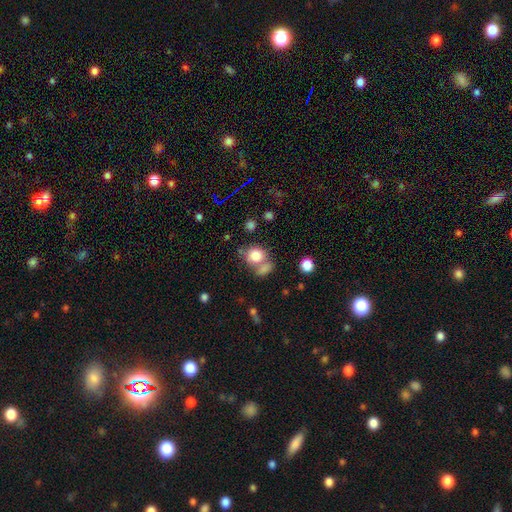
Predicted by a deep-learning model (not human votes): Overall: smooth (81%). How rounded: round (68%; in between 30%). Merging: none (45%; merger 39%).